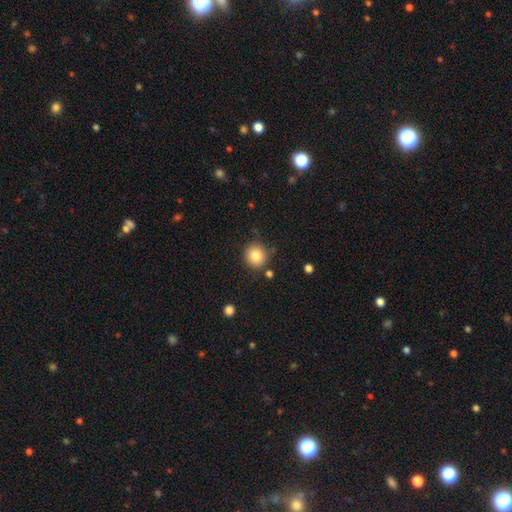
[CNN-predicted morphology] smooth-or-featured: smooth: 83% | star or artifact: 10% | featured or disk: 6%
  how-rounded: round: 91% | in between: 8% | cigar-shaped: 1%
  merging: none: 83% | minor disturbance: 11% | merger: 4% | major disturbance: 3%